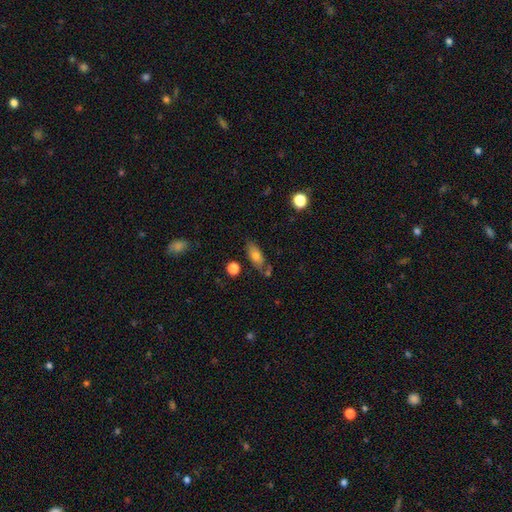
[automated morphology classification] type=smooth (70%); roundness=in between (79%); merging=none (67%).